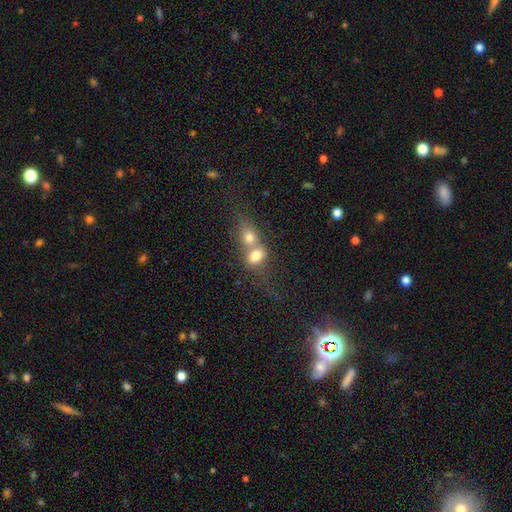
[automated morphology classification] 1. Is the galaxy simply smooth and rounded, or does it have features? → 73% smooth, 16% featured or disk, 10% star or artifact.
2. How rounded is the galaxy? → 58% in between, 39% round, 2% cigar-shaped.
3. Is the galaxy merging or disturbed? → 73% merger, 18% none, 5% minor disturbance, 4% major disturbance.